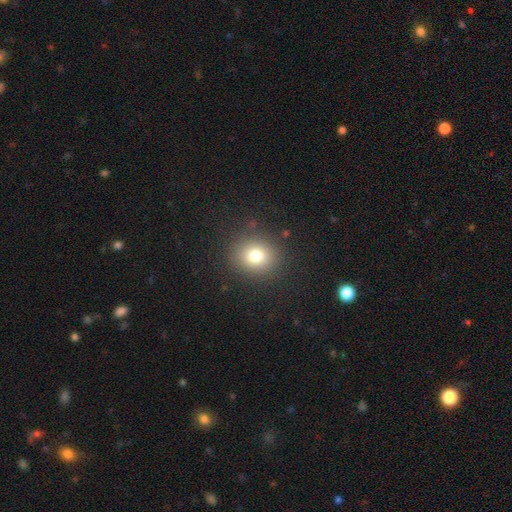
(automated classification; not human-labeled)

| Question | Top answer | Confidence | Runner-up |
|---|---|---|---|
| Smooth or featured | smooth | 77% | star or artifact (13%) |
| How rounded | round | 78% | in between (21%) |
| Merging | none | 87% | minor disturbance (8%) |